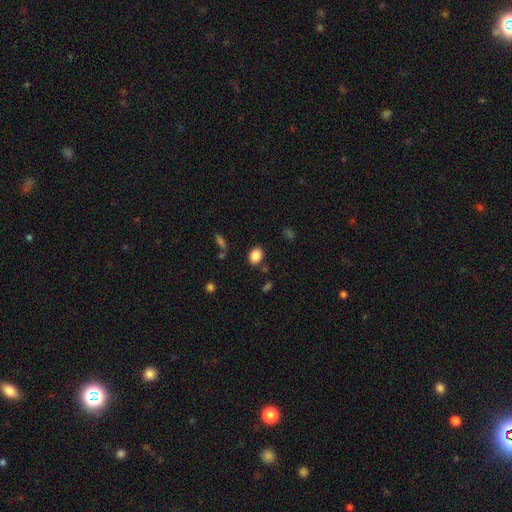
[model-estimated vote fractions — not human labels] A smooth galaxy with no disk features (85%) that is in between round and cigar-shaped (65%). Merging: none (84%).